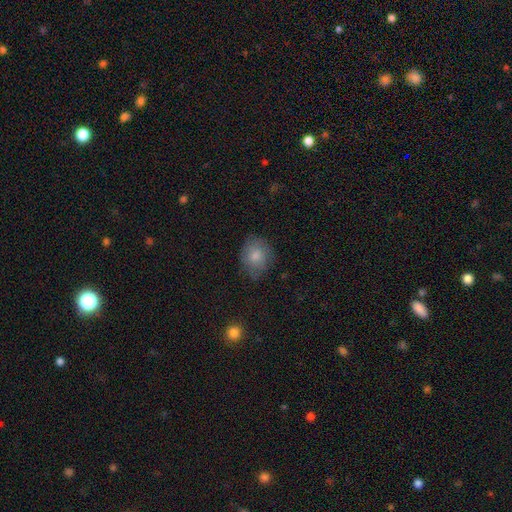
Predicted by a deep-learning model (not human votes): Morphology: type=smooth (79%); roundness=round (54%); merging=none (66%).